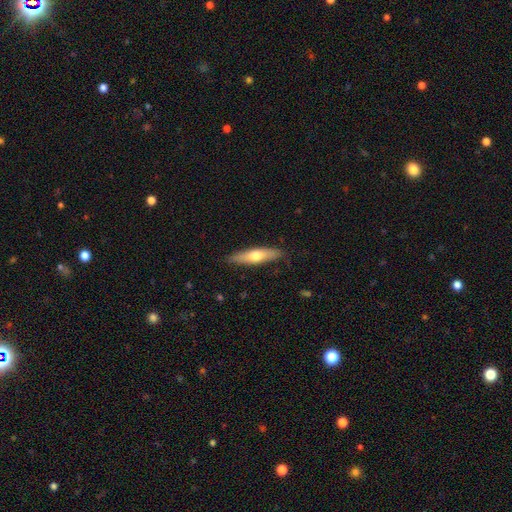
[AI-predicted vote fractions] A smooth galaxy with no disk features (57%) that is cigar-shaped (73%). Merging: none (86%).